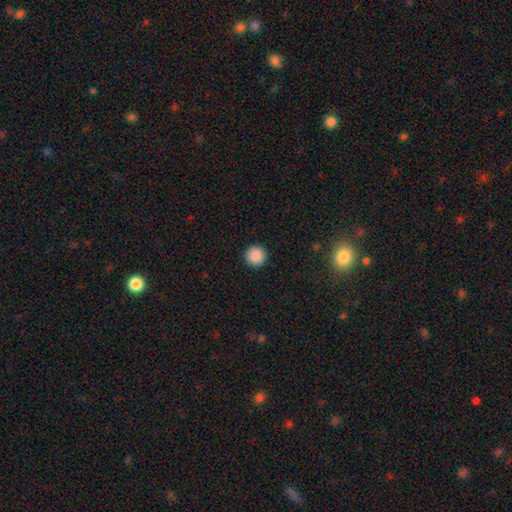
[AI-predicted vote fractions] Smooth or featured? smooth (88%)
How rounded? round (96%)
Merging? none (93%)